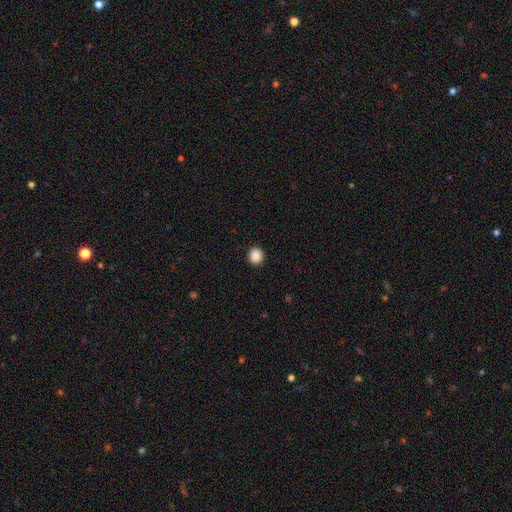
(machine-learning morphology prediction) smooth 89%, star or artifact 9%, featured or disk 2%. Down the decision tree: how rounded — round (86%); merging — none (92%).